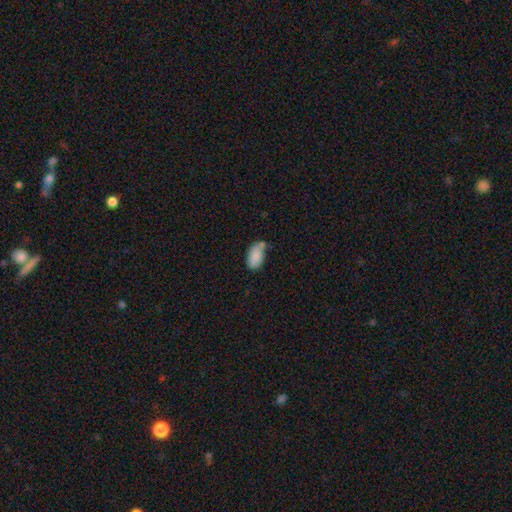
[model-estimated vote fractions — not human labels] Overall: smooth (85%). How rounded: in between (94%). Merging: none (50%; minor disturbance 25%).